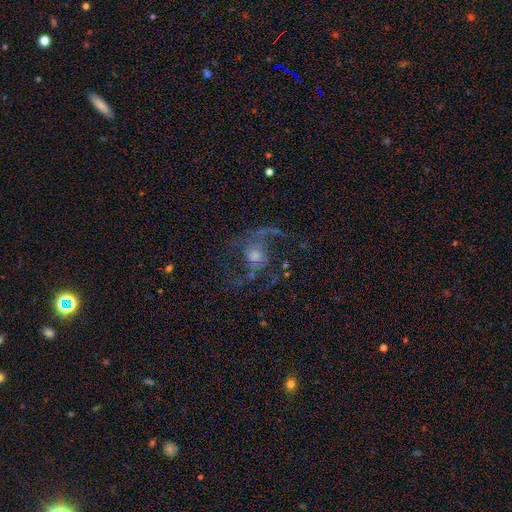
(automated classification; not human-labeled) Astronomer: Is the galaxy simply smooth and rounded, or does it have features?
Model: featured or disk — 79%.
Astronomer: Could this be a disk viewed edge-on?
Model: no — 97%.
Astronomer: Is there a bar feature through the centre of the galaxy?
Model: no — 65%.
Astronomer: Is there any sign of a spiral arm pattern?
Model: yes — 90%.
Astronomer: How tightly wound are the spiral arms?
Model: loose — 60%.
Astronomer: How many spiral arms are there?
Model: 2 — 84%.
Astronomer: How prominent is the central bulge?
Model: moderate — 52% (runner-up: small, 36%).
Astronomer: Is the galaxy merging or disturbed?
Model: none — 62%.